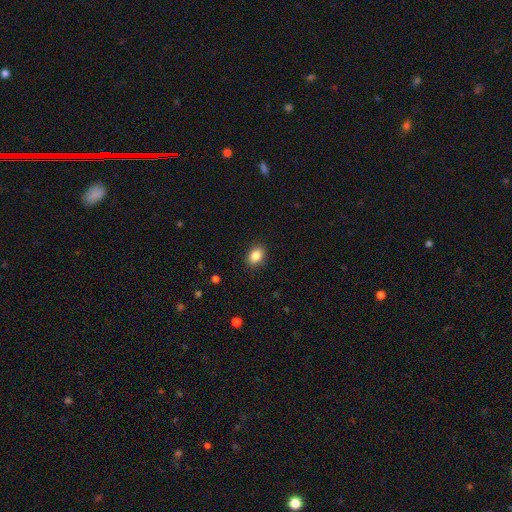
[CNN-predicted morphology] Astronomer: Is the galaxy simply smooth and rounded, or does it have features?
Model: smooth — 85%.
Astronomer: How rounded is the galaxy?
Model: in between — 68%.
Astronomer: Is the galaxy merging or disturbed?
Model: none — 89%.